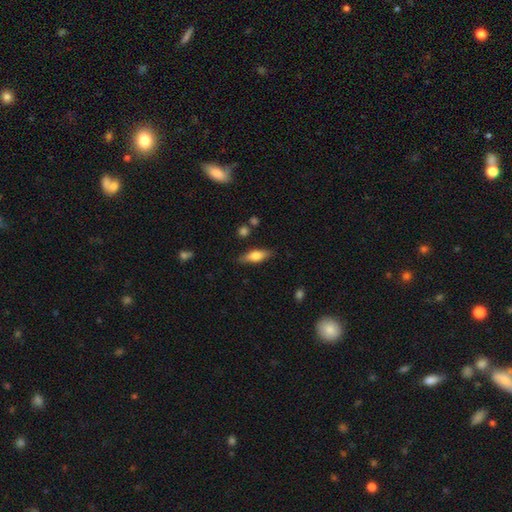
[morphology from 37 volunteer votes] Smooth or featured?
  - smooth: 62% *
  - featured or disk: 35%
  - star or artifact: 3%
How rounded?
  - in between: 65% *
  - cigar-shaped: 30%
  - round: 4%
Merging?
  - none: 83% *
  - minor disturbance: 11%
  - major disturbance: 3%
  - merger: 3%